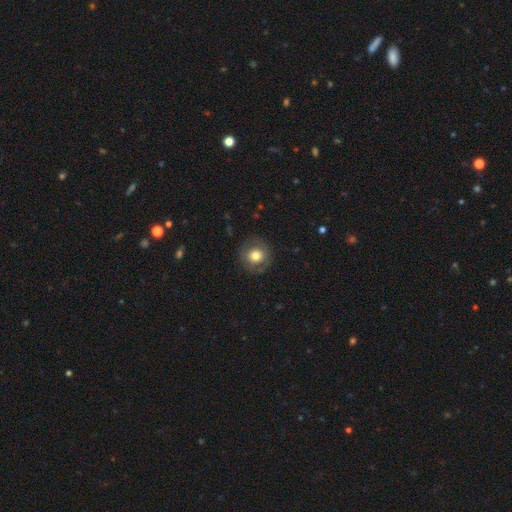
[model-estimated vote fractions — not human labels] smooth_or_featured: smooth (p=0.71) [alt: featured or disk p=0.20]
how_rounded: round (p=0.92) [alt: in between p=0.07]
merging: none (p=0.84) [alt: minor disturbance p=0.10]